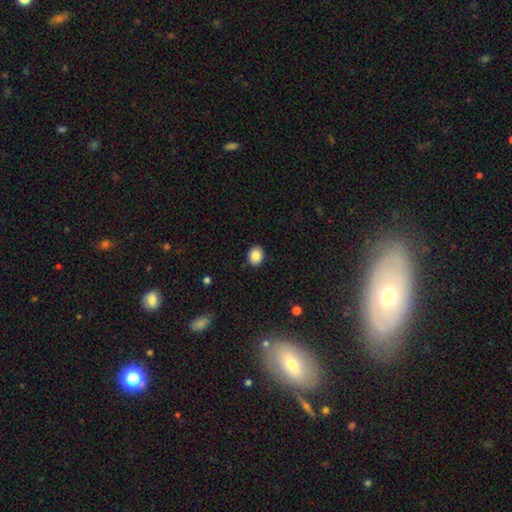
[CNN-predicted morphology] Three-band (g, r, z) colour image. It shows a smooth galaxy with no disk features (86%) that is round (66%). Merging: none (90%).